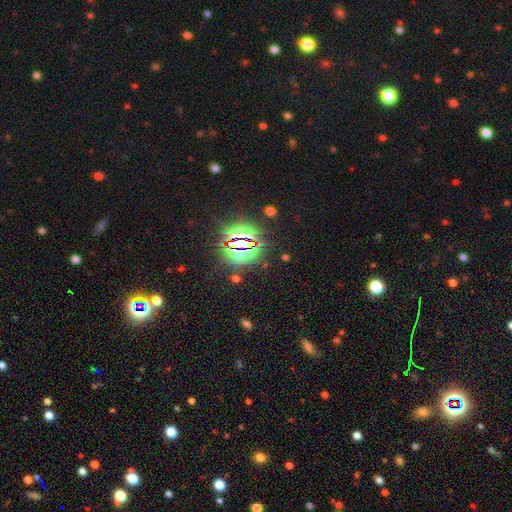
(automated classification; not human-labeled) star or artifact 83%, smooth 10%, featured or disk 7%.